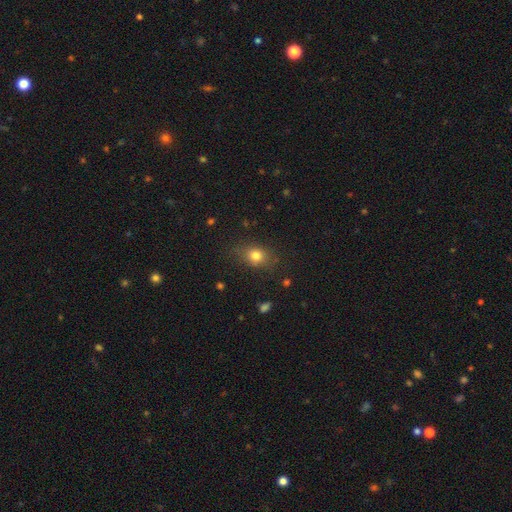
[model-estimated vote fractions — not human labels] A smooth galaxy with no disk features (78%) that is in between round and cigar-shaped (51%). Merging: none (78%).